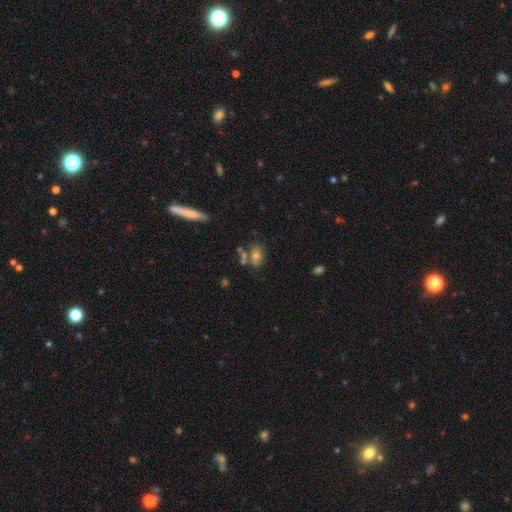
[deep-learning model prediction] smooth-or-featured: smooth: 58% | featured or disk: 25% | star or artifact: 17%
  how-rounded: in between: 72% | round: 22% | cigar-shaped: 5%
  merging: none: 58% | merger: 21% | minor disturbance: 15% | major disturbance: 6%